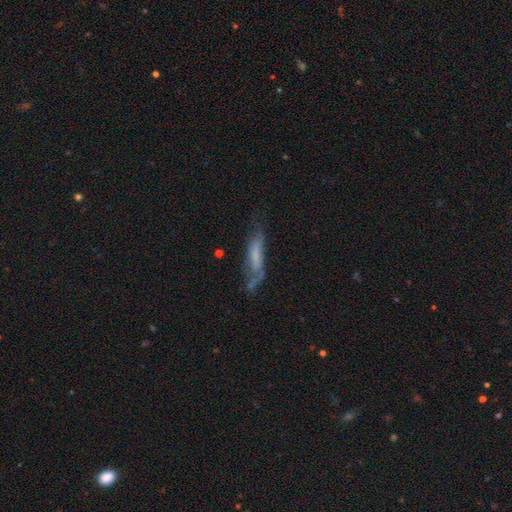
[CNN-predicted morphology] This appears to be a featured or disk galaxy (47%). Merging: none (41%).